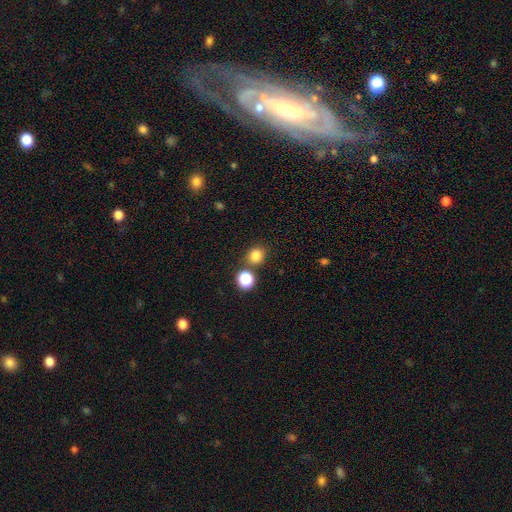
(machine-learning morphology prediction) This appears to be a smooth galaxy with no disk features (82%) that is round (81%). Merging: none (75%).